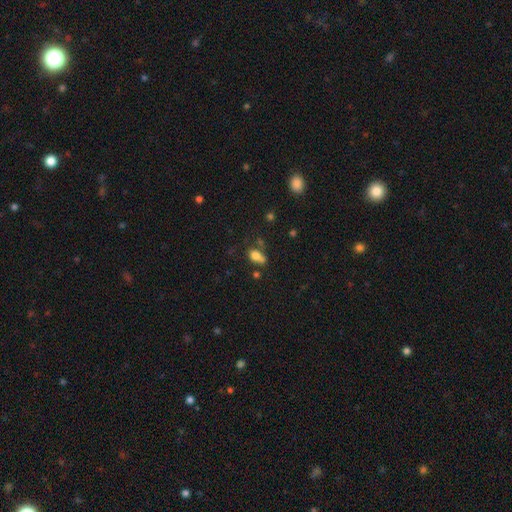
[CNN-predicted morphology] A smooth galaxy with no disk features (75%) that is in between round and cigar-shaped (74%).

Vote fractions:
- Smooth or featured? smooth: 75% / star or artifact: 12% / featured or disk: 12%
- How rounded? in between: 74% / round: 23% / cigar-shaped: 3%
- Merging? none: 40% / merger: 28% / minor disturbance: 21% / major disturbance: 11%